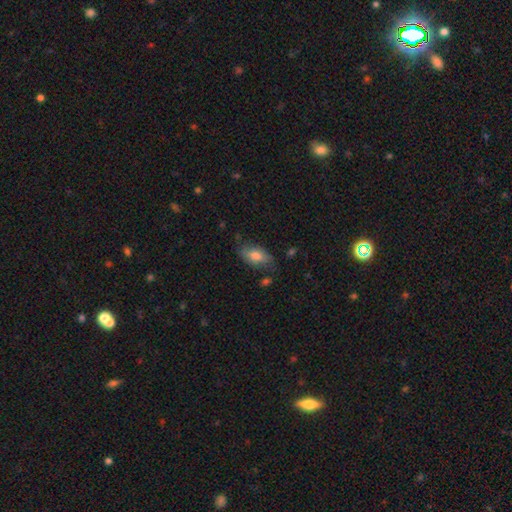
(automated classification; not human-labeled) Morphology: type=smooth (72%); roundness=in between (91%); merging=none (66%).